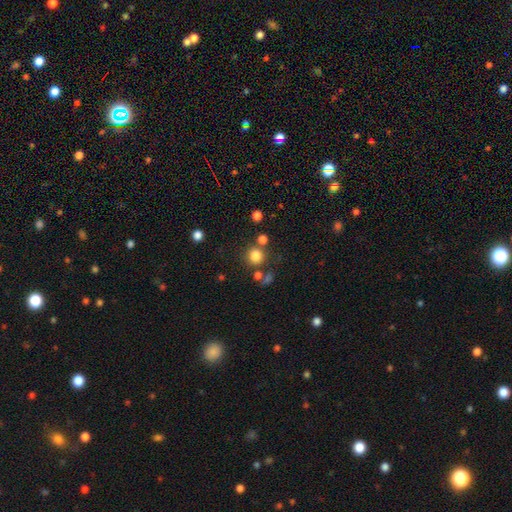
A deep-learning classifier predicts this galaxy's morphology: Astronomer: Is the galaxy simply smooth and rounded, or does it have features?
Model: smooth — 80%.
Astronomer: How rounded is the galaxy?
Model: round — 92%.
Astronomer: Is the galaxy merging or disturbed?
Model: none — 76%.